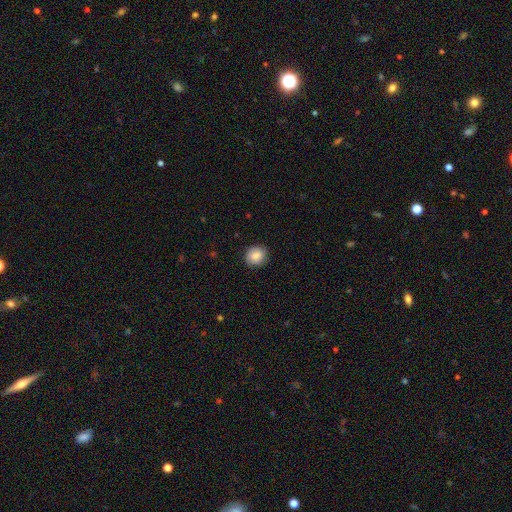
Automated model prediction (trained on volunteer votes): The model was most divided on "how rounded": round: 83%, in between: 16%, cigar-shaped: 1%. More confident: merging — none (85%); smooth or featured — smooth (81%).